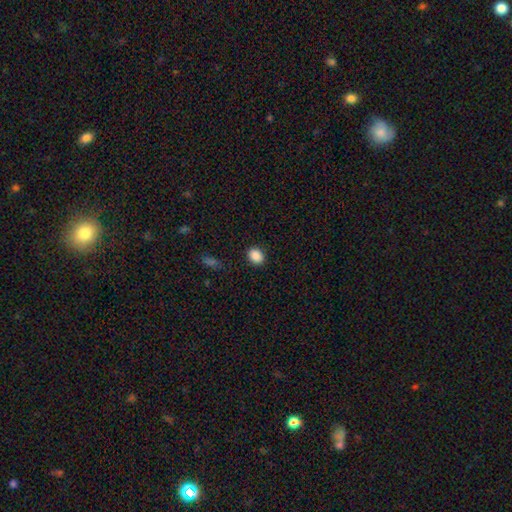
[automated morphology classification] Smooth or featured: smooth — 89% (star or artifact — 9%)
How rounded: in between — 53% (round — 46%)
Merging: none — 89% (minor disturbance — 7%)